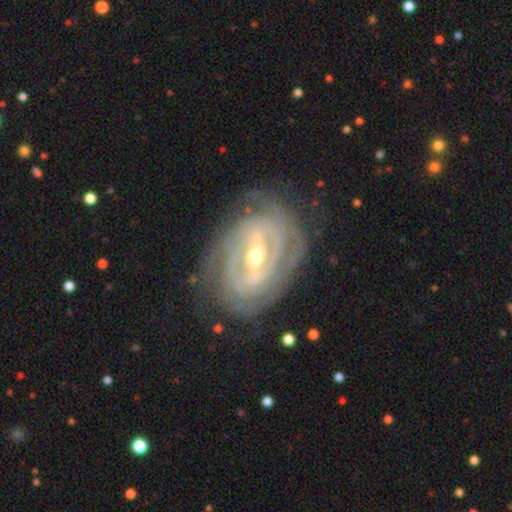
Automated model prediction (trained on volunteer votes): This is clearly a featured or disk galaxy (89%). It is clearly not viewed edge-on (95%). Bar: possibly strong (49%). Spiral arm pattern: clearly yes (91%). Spiral arm count: marginally can't tell (34%). Spiral winding: likely tight (76%). Central bulge: possibly moderate (56%). Merging: likely none (76%).